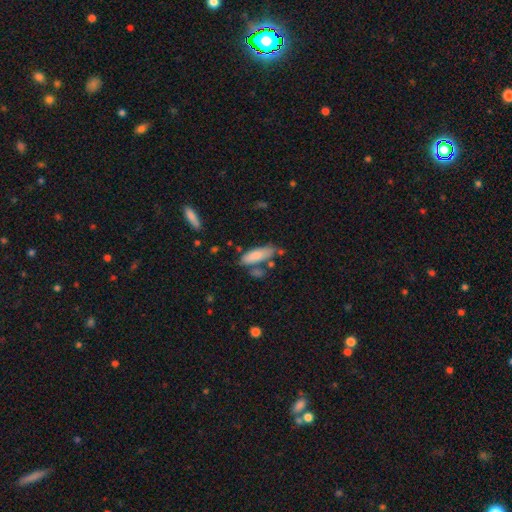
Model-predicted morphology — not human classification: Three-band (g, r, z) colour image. It shows a smooth galaxy with no disk features (82%) that is in between round and cigar-shaped (60%). Merging: none (64%).